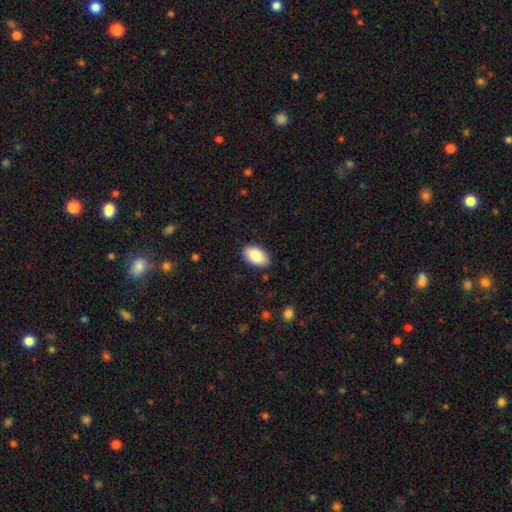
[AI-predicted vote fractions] Smooth or featured? Predicted: smooth (p=0.89). How rounded? Predicted: in between (p=0.95). Merging? Predicted: none (p=0.89).